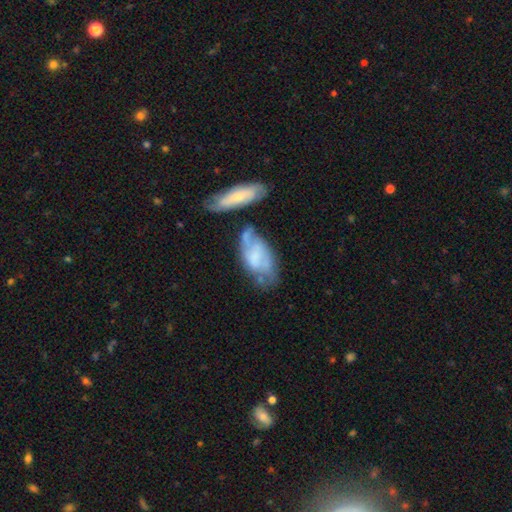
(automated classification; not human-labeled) smooth-or-featured: featured or disk: 57% | smooth: 37% | star or artifact: 7%
  disk-edge-on: no: 90% | yes: 10%
    bar: no: 56% | weak: 35% | strong: 9%
    has-spiral-arms: yes: 71% | no: 29%
    bulge-size: small: 34% (tied) | none: 34% (tied) | moderate: 24% | large: 7% | dominant: 2%
  merging: none: 42% | minor disturbance: 23% | merger: 22% | major disturbance: 13%